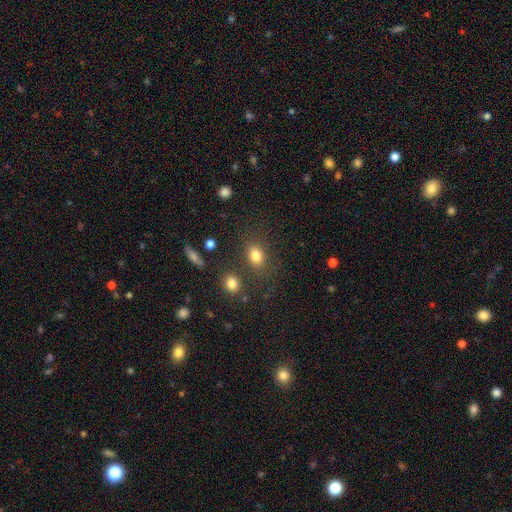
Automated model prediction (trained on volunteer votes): Q: Smooth or featured?
A: smooth (80%); runner-up: star or artifact (12%)
Q: How rounded?
A: in between (65%); runner-up: round (34%)
Q: Merging?
A: none (73%); runner-up: minor disturbance (14%)